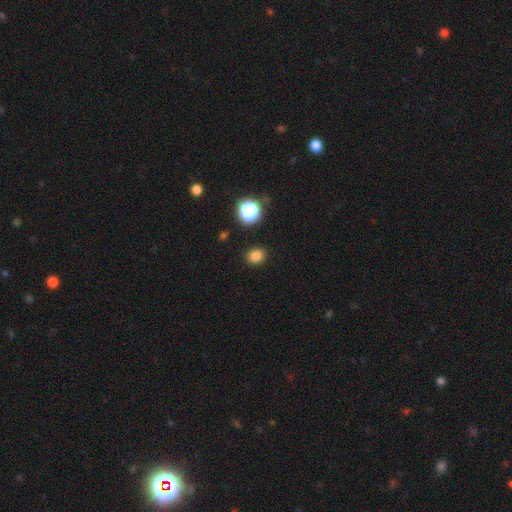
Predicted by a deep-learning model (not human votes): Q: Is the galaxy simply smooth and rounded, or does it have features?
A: smooth — 81%.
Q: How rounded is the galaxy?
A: round — 70%.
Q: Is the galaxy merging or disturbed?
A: none — 89%.